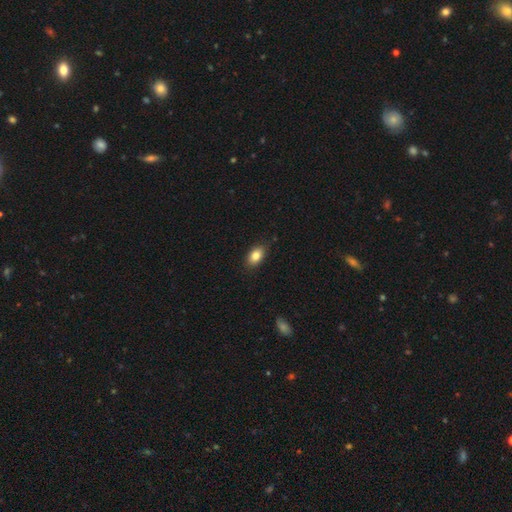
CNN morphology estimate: Smooth or featured? smooth (84%)
How rounded? in between (87%)
Merging? none (83%)